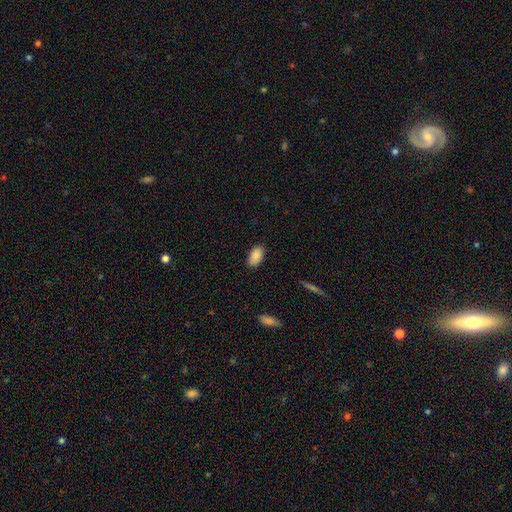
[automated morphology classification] smooth-or-featured: smooth: 88% | star or artifact: 7% | featured or disk: 5%
  how-rounded: in between: 94% | round: 4% | cigar-shaped: 2%
  merging: none: 86% | minor disturbance: 10% | major disturbance: 2% | merger: 1%